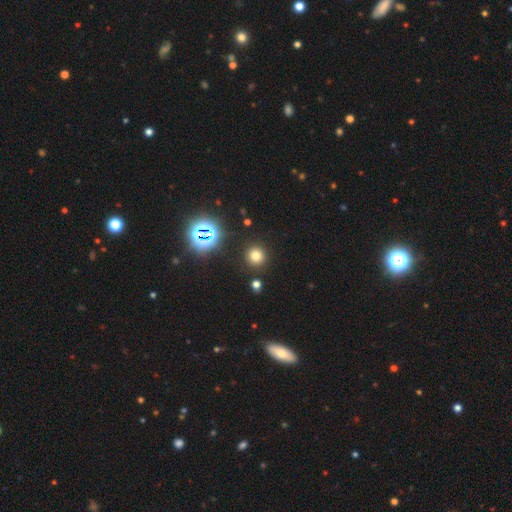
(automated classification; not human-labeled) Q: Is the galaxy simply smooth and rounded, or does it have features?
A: smooth — 70%.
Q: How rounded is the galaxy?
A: round — 93%.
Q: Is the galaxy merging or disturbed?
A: none — 89%.